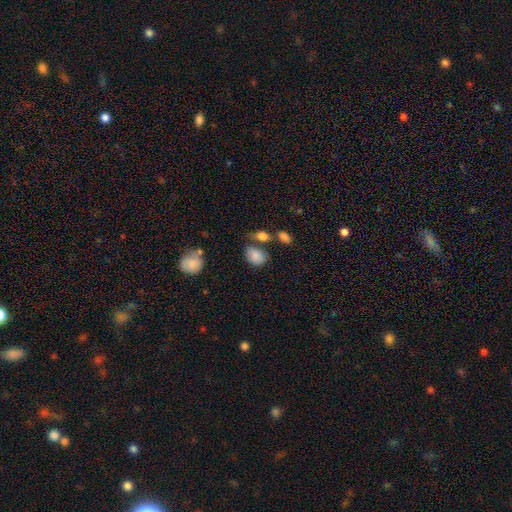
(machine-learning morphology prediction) Q: Smooth or featured?
A: smooth (84%); runner-up: star or artifact (9%)
Q: How rounded?
A: in between (67%); runner-up: round (31%)
Q: Merging?
A: none (52%); runner-up: minor disturbance (24%)